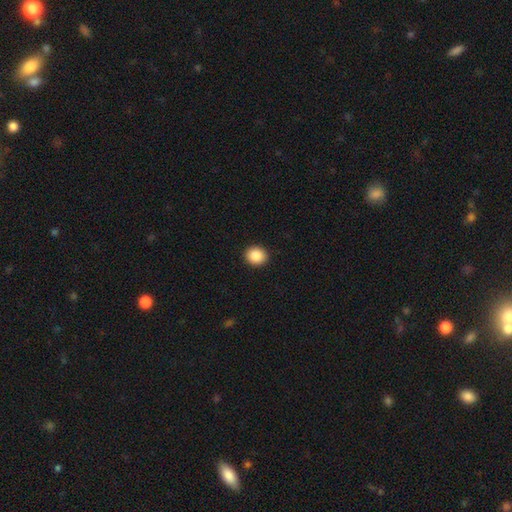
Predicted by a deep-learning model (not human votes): Overall: smooth (88%). How rounded: round (80%). Merging: none (92%).